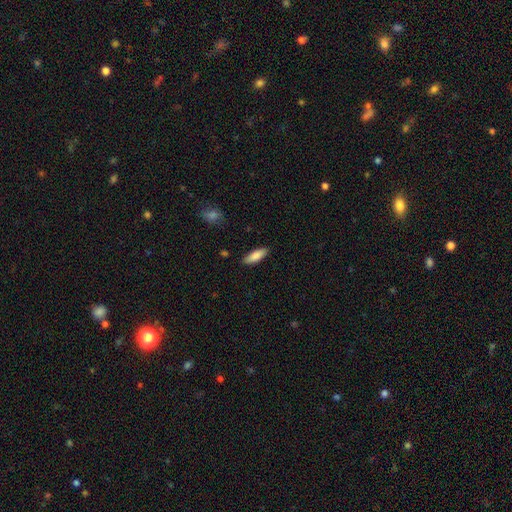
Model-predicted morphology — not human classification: A smooth galaxy with no disk features (83%) that is in between round and cigar-shaped (55%).

Vote fractions:
- Smooth or featured? smooth: 83% / featured or disk: 11% / star or artifact: 6%
- How rounded? in between: 55% / cigar-shaped: 44% / round: 2%
- Merging? none: 87% / minor disturbance: 10% / major disturbance: 2% / merger: 1%